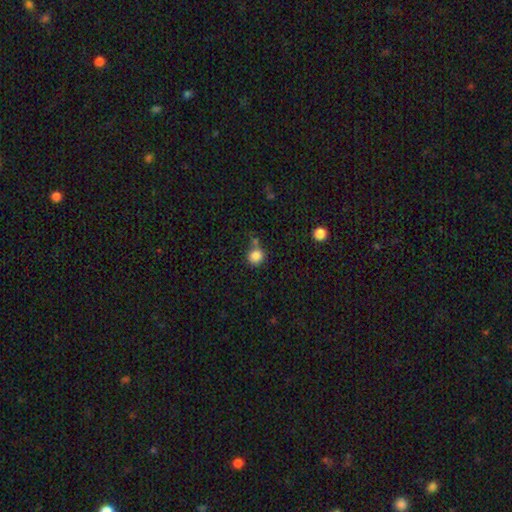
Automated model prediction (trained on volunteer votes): Q: Smooth or featured?
A: smooth (85%); runner-up: star or artifact (10%)
Q: How rounded?
A: round (87%); runner-up: in between (12%)
Q: Merging?
A: none (60%); runner-up: merger (19%)